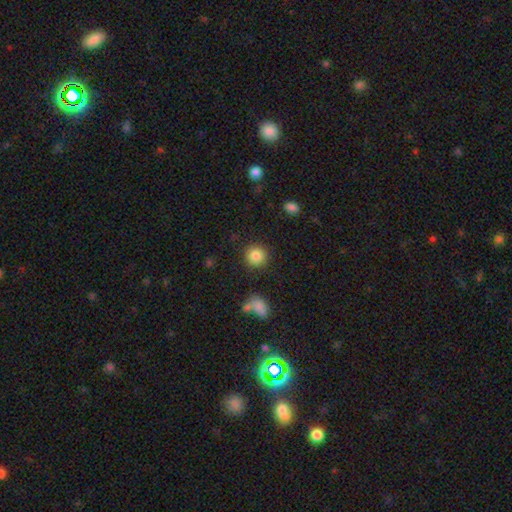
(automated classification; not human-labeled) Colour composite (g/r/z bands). It shows a smooth galaxy with no disk features (85%) that is round (92%). Merging: none (87%).